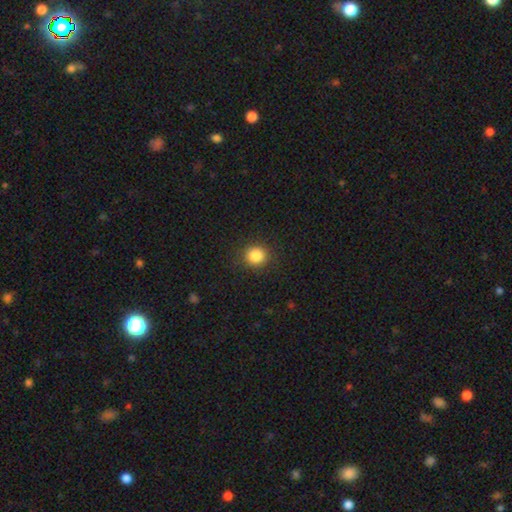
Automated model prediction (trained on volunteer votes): Morphology: type=smooth (85%); roundness=round (88%); merging=none (89%).